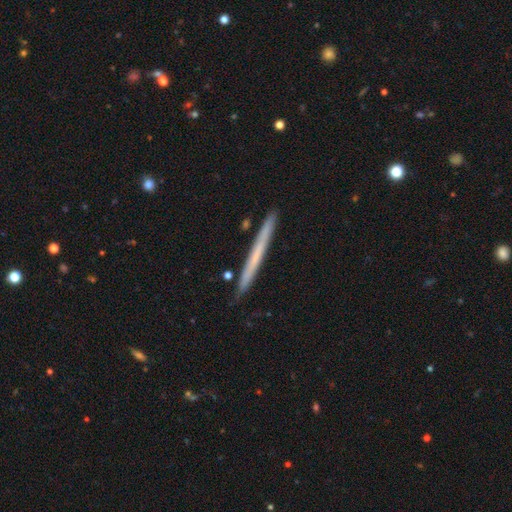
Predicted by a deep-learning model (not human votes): Morphology: type=smooth (50%); roundness=cigar-shaped (97%); merging=none (90%).